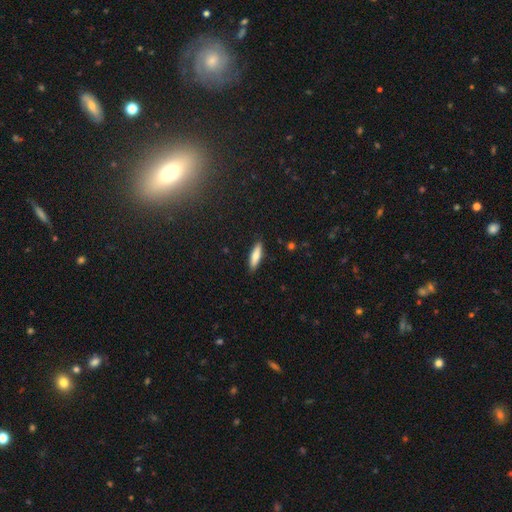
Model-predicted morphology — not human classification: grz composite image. It shows a smooth galaxy with no disk features (75%) that is cigar-shaped (67%). Merging: none (88%).